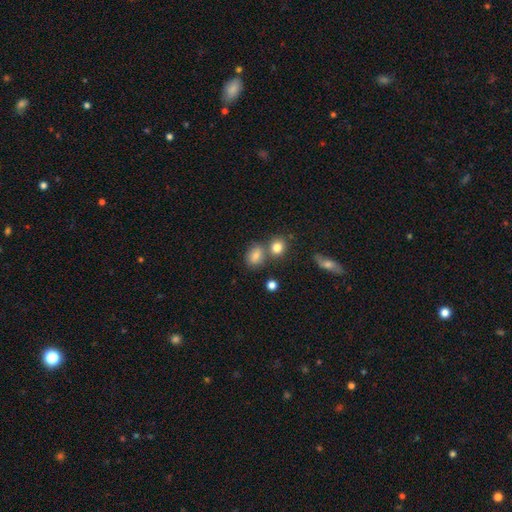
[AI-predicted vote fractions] The model was most divided on "how rounded": in between: 53%, round: 45%, cigar-shaped: 2%. More confident: smooth or featured — smooth (78%); merging — none (59%).